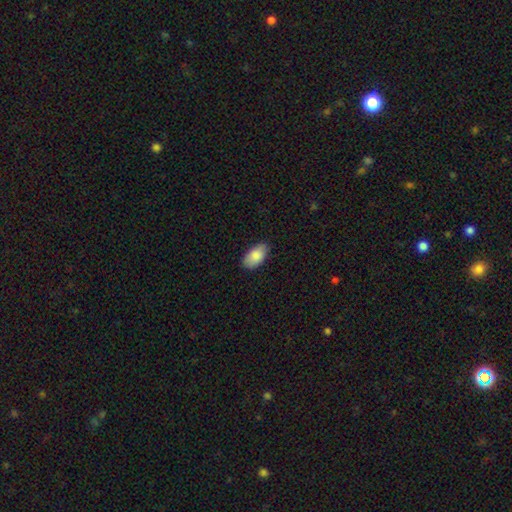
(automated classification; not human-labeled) Smooth or featured? smooth (87%)
How rounded? in between (94%)
Merging? none (82%)